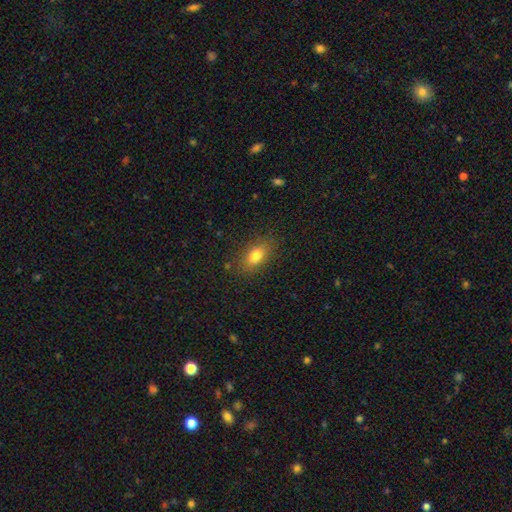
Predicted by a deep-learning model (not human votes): Smooth or featured? Predicted: smooth (p=0.80). How rounded? Predicted: in between (p=0.82). Merging? Predicted: none (p=0.83).